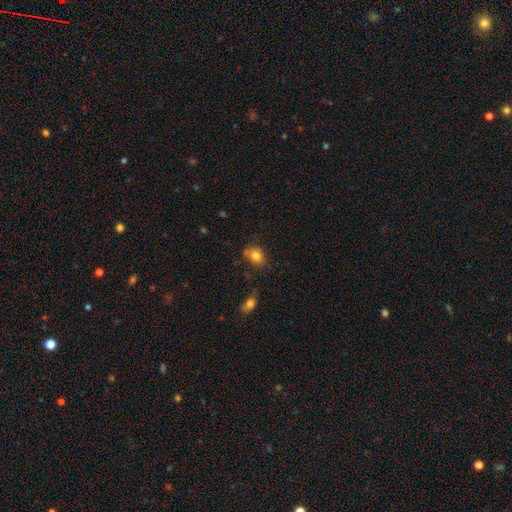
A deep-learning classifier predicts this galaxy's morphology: type=smooth (81%); roundness=in between (64%); merging=none (64%).